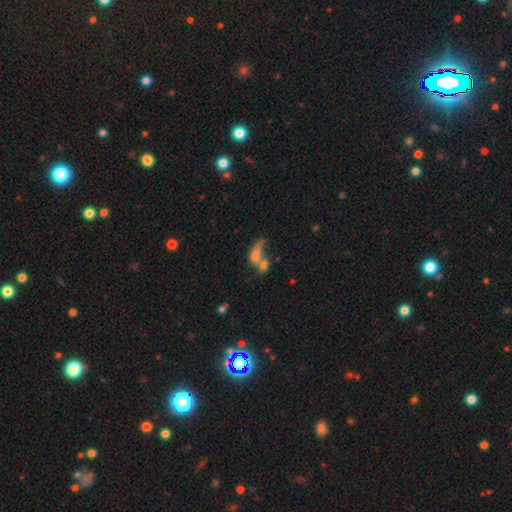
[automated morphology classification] Smooth or featured: smooth — 56% (featured or disk — 29%)
How rounded: in between — 59% (cigar-shaped — 27%)
Merging: merger — 56% (none — 19%)